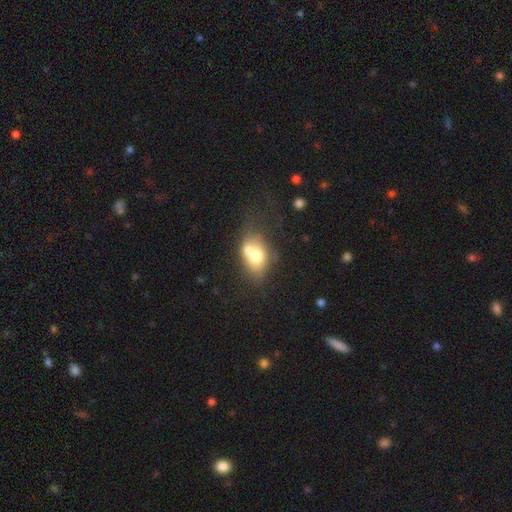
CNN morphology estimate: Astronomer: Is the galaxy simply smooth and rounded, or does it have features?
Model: smooth — 64%.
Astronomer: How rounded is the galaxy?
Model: in between — 69%.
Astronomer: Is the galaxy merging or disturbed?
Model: merger — 53% (runner-up: none, 28%).